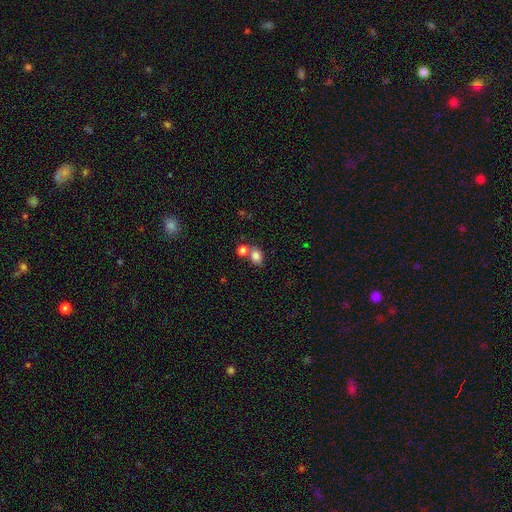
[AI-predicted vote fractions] This is clearly a smooth galaxy (81%). How rounded: possibly in between (57%). Merging: possibly none (51%).